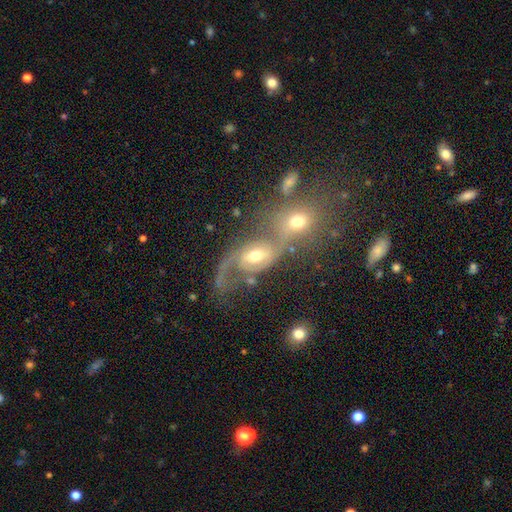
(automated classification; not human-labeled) A featured or disk galaxy (71%) with no bar (48%), 2 (65%) loose (52%) spiral arms (84%) and a moderate central bulge (68%). Merging: merger (54%).